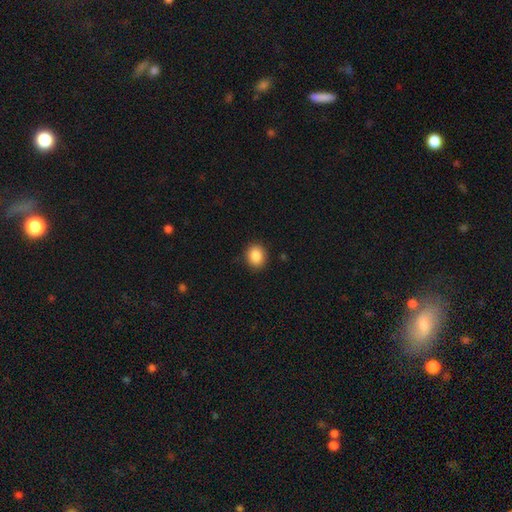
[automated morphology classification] This is clearly a smooth galaxy (87%). How rounded: likely round (66%). Merging: clearly none (90%).